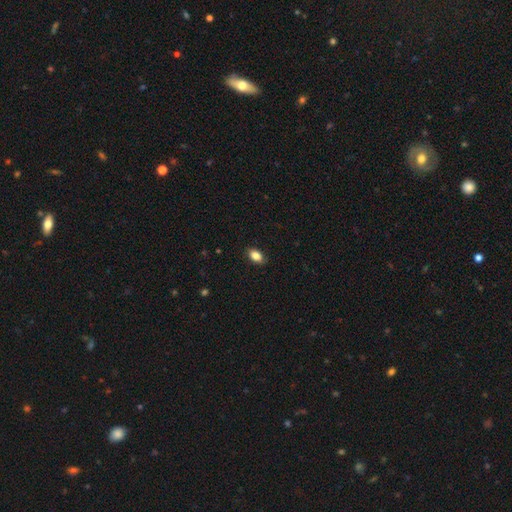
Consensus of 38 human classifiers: smooth 89%, featured or disk 8%, star or artifact 3%. Down the decision tree: how rounded — in between (82%); merging — none (86%).